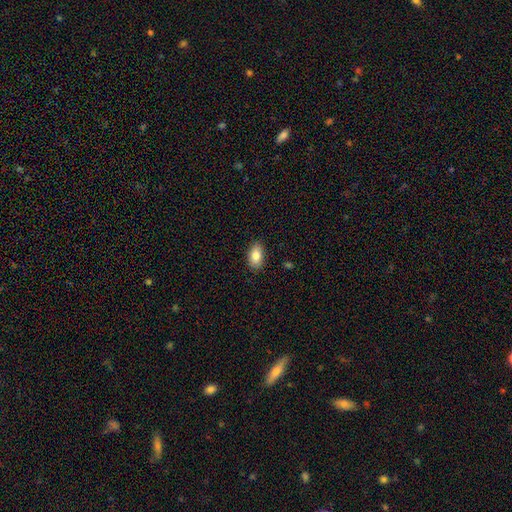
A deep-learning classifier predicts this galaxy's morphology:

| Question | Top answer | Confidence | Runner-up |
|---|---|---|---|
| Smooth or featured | smooth | 84% | featured or disk (9%) |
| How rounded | in between | 92% | round (6%) |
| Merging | none | 87% | minor disturbance (10%) |